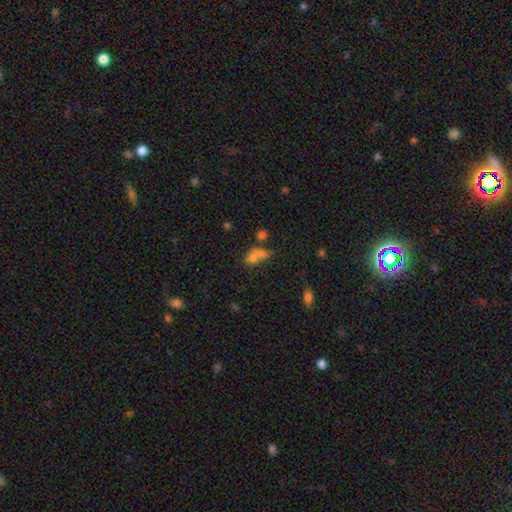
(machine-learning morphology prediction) Q: Smooth or featured?
A: smooth (64%); runner-up: featured or disk (20%)
Q: How rounded?
A: in between (61%); runner-up: round (35%)
Q: Merging?
A: merger (57%); runner-up: none (24%)